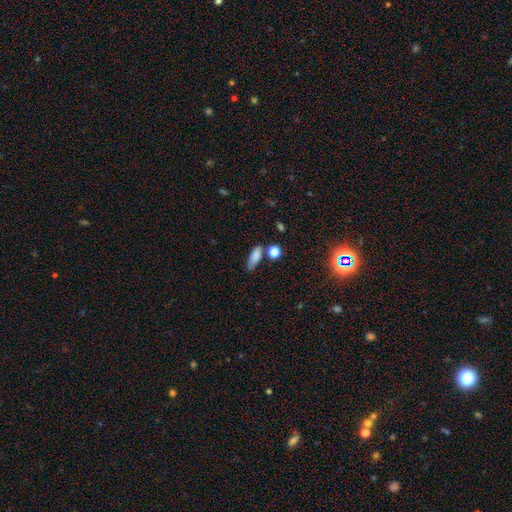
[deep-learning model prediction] A smooth galaxy with no disk features (81%) that is in between round and cigar-shaped (64%). Merging: none (64%).